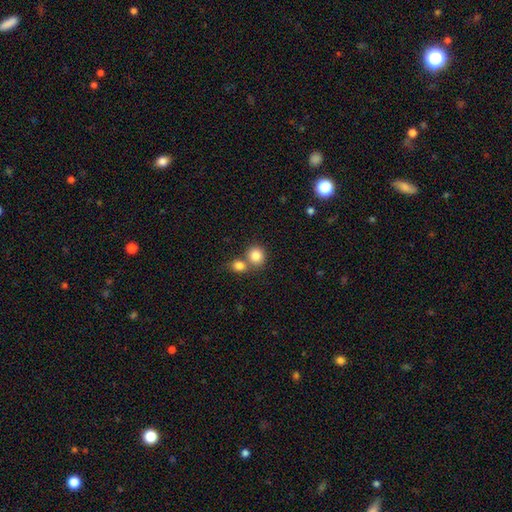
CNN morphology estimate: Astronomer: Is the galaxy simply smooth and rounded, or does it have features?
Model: smooth — 84%.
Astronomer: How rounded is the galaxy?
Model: round — 84%.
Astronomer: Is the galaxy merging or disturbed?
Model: none — 51% (runner-up: merger, 40%).